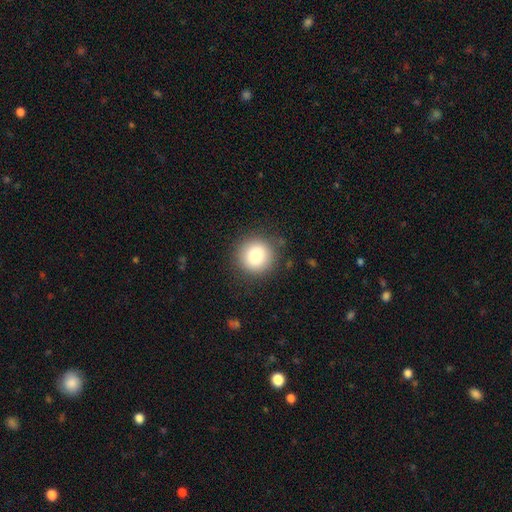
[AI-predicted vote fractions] Overall: smooth (82%). How rounded: round (94%). Merging: none (88%).